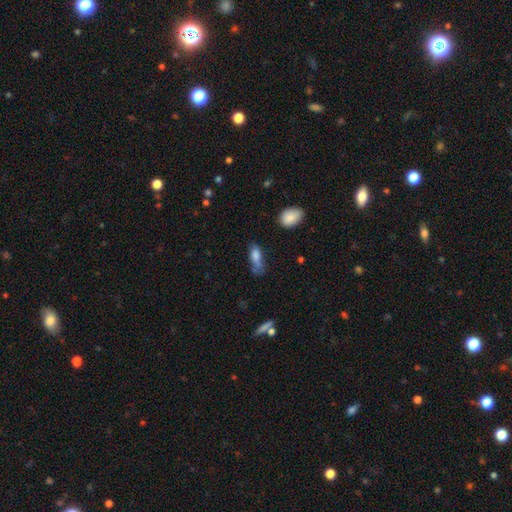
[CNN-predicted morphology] Q: Smooth or featured?
A: smooth (77%); runner-up: featured or disk (14%)
Q: How rounded?
A: in between (68%); runner-up: cigar-shaped (28%)
Q: Merging?
A: none (38%); runner-up: minor disturbance (35%)